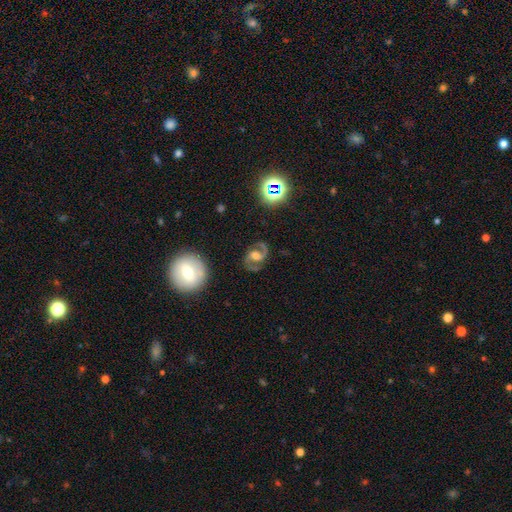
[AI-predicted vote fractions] The model was most divided on "bar": weak: 46%, no: 33%, strong: 21%. More confident: edge-on disk — no (98%); spiral arms — yes (97%); spiral arm count — 2 (94%); smooth or featured — featured or disk (87%); merging — none (81%); spiral winding — medium (60%); bulge size — moderate (53%).